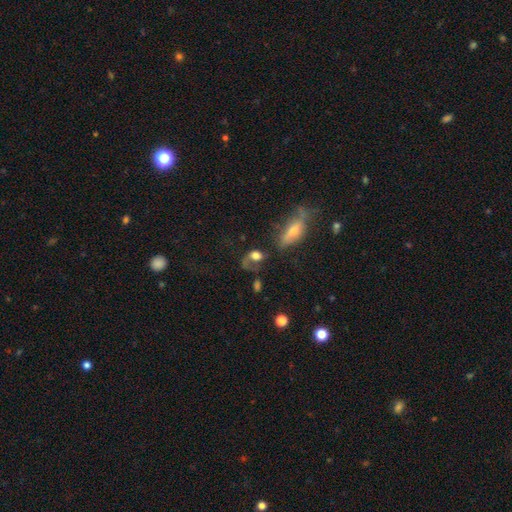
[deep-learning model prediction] A smooth galaxy with no disk features (53%) that is in between round and cigar-shaped (70%). Merging: major disturbance (38%).